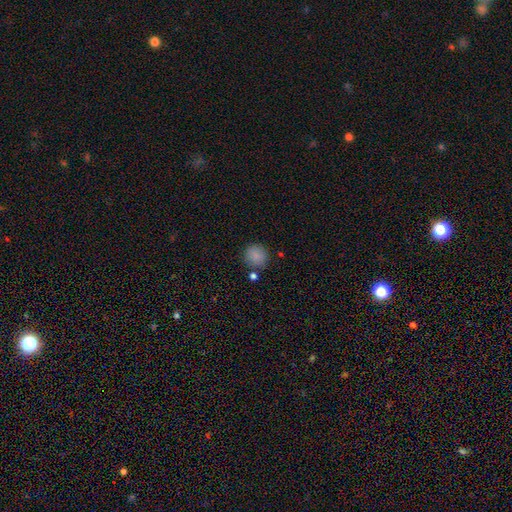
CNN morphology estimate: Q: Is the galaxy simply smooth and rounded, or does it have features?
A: smooth — 87%.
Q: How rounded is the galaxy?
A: round — 91%.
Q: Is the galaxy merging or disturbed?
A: none — 81%.